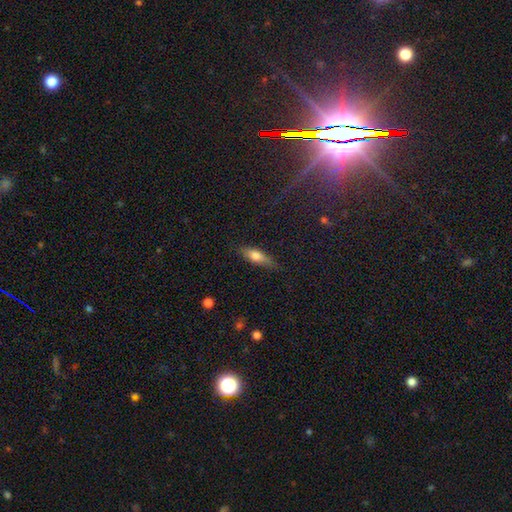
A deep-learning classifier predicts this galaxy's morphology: This is likely a smooth galaxy (63%). How rounded: possibly in between (50%). Merging: likely none (78%).